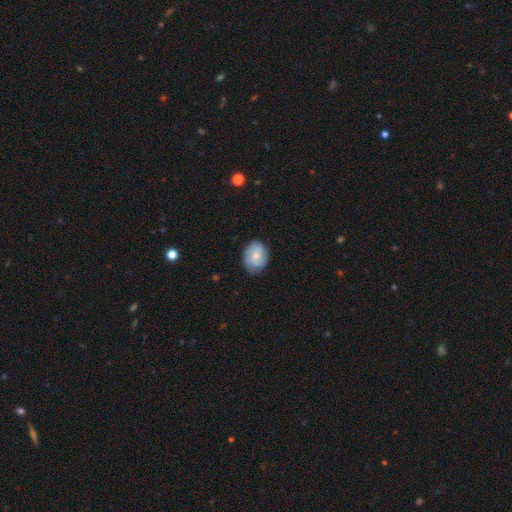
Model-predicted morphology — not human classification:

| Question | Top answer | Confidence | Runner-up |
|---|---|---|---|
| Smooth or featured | smooth | 62% | featured or disk (32%) |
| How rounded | in between | 52% | round (47%) |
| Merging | none | 77% | minor disturbance (18%) |